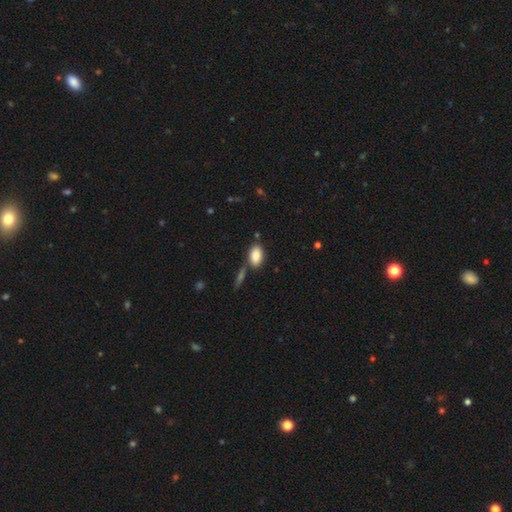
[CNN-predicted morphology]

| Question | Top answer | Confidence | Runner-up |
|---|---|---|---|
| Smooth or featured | smooth | 87% | star or artifact (7%) |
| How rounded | in between | 92% | round (5%) |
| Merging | none | 71% | merger (14%) |